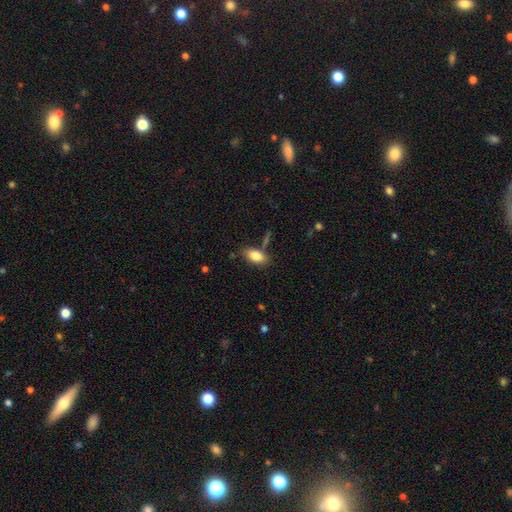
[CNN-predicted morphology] smooth 83%, featured or disk 10%, star or artifact 7%. Down the decision tree: how rounded — in between (90%); merging — none (74%).